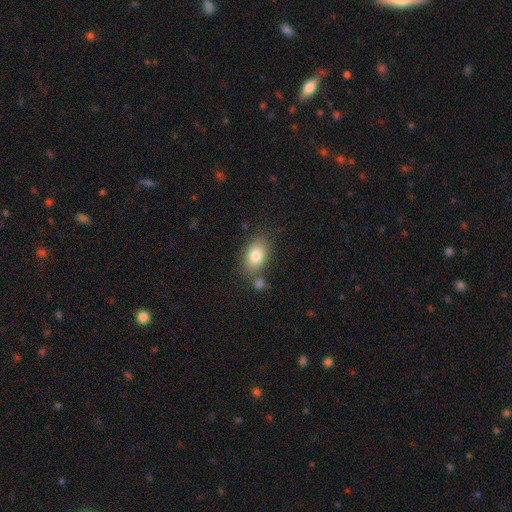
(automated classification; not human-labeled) smooth 80%, featured or disk 11%, star or artifact 8%. Down the decision tree: how rounded — in between (86%); merging — none (69%).